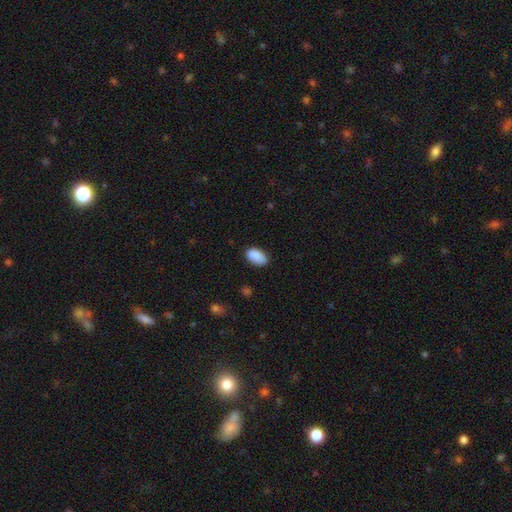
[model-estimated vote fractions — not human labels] This is clearly a smooth galaxy (88%). How rounded: clearly in between (92%). Merging: likely none (79%).